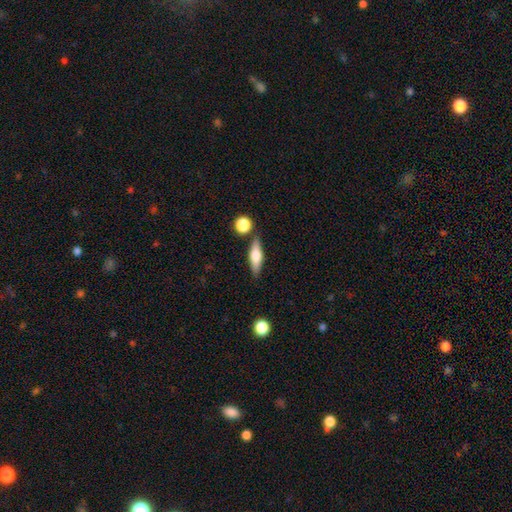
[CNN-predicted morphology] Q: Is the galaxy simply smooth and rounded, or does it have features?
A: smooth — 59%.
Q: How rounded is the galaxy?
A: cigar-shaped — 50%.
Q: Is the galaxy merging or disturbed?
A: none — 77%.